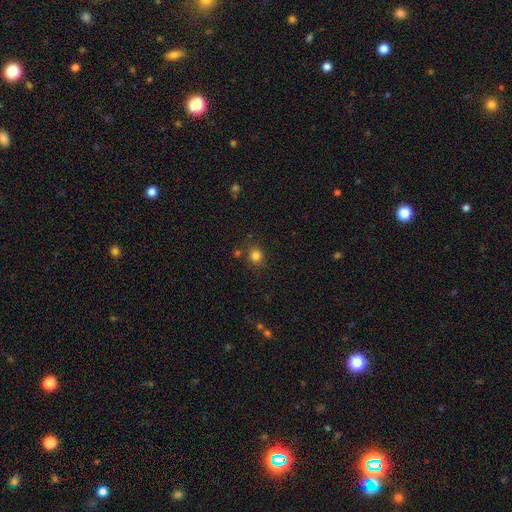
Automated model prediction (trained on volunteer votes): A smooth galaxy with no disk features (81%) that is round (83%).

Vote fractions:
- Smooth or featured? smooth: 81% / star or artifact: 14% / featured or disk: 5%
- How rounded? round: 83% / in between: 16% / cigar-shaped: 1%
- Merging? none: 82% / minor disturbance: 9% / merger: 5% / major disturbance: 3%